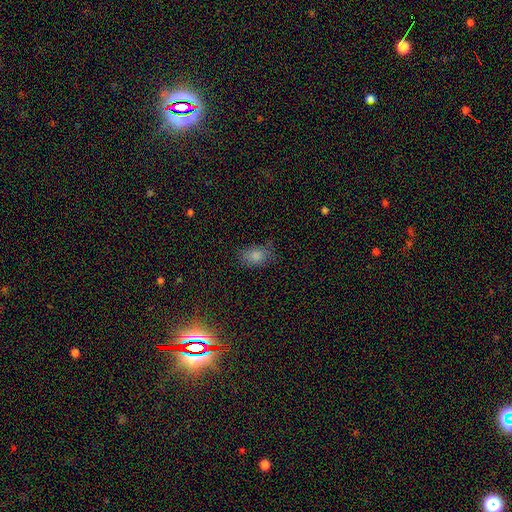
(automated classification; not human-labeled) Smooth or featured? Predicted: smooth (p=0.81). How rounded? Predicted: in between (p=0.83). Merging? Predicted: none (p=0.71).